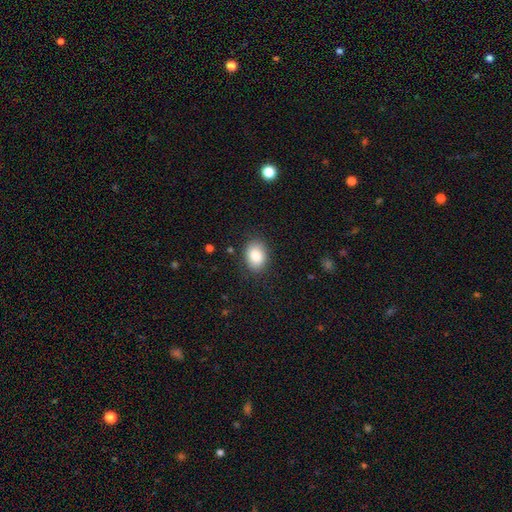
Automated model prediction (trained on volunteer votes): This is clearly a smooth galaxy (84%). How rounded: likely in between (73%). Merging: clearly none (84%).